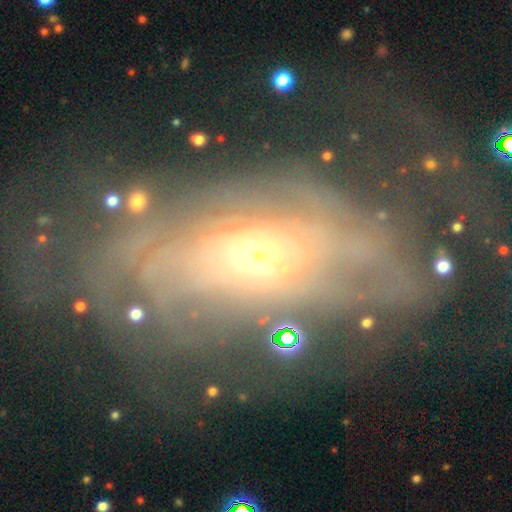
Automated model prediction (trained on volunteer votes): Overall: featured or disk (73%). Edge-on disk: no (87%). Bar: no (62%; weak 26%). Spiral arms: yes (66%; no 34%). Bulge size: moderate (52%; small 34%). Merging: none (44%; major disturbance 31%).